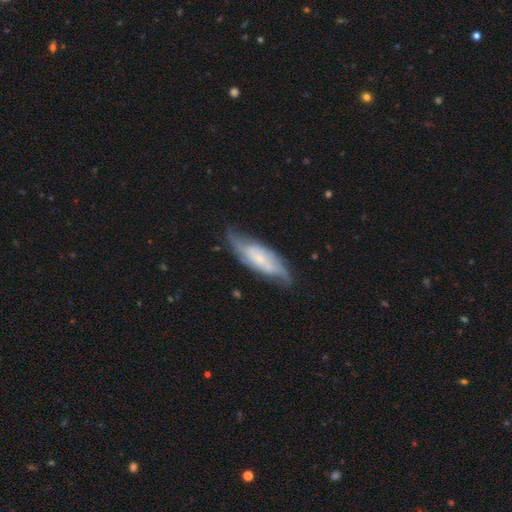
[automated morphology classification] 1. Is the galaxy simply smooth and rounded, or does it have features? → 69% featured or disk, 23% smooth, 7% star or artifact.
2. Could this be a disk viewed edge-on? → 77% no, 23% yes.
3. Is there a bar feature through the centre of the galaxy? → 57% no, 33% weak, 10% strong.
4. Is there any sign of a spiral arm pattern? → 90% yes, 10% no.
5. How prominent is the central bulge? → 59% small, 23% moderate, 13% none, 3% large, 1% dominant.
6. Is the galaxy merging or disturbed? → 74% none, 19% minor disturbance, 5% major disturbance, 1% merger.